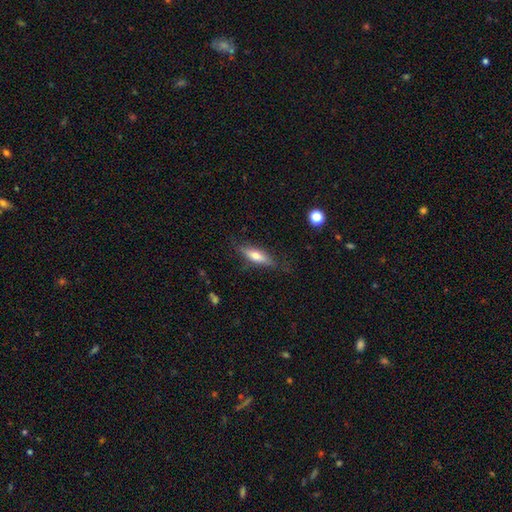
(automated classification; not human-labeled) smooth 61%, featured or disk 32%, star or artifact 7%. Down the decision tree: how rounded — cigar-shaped (56%); merging — none (75%).